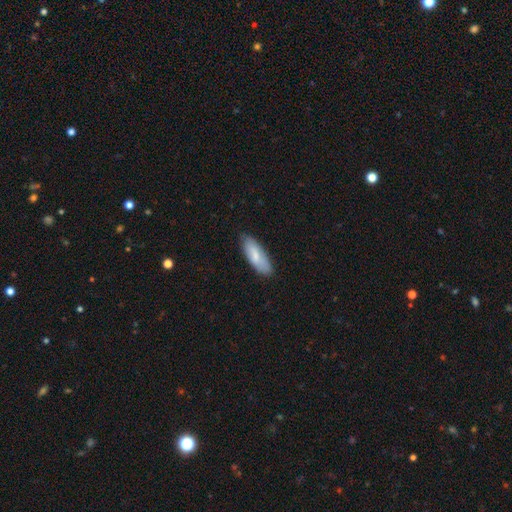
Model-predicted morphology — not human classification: Smooth or featured?
  - smooth: 77% *
  - featured or disk: 17%
  - star or artifact: 6%
How rounded?
  - in between: 70% *
  - cigar-shaped: 28%
  - round: 2%
Merging?
  - none: 82% *
  - minor disturbance: 15%
  - major disturbance: 2%
  - merger: 1%